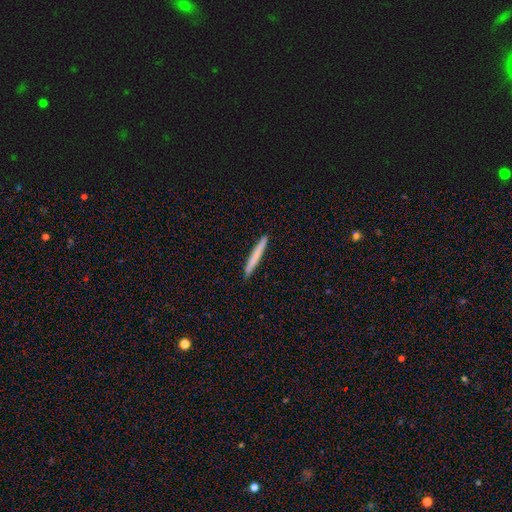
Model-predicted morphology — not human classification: A smooth galaxy with no disk features (71%) that is cigar-shaped (97%).

Vote fractions:
- Smooth or featured? smooth: 71% / featured or disk: 23% / star or artifact: 5%
- How rounded? cigar-shaped: 97% / in between: 2% / round: 1%
- Merging? none: 93% / minor disturbance: 5% / major disturbance: 1% / merger: 1%